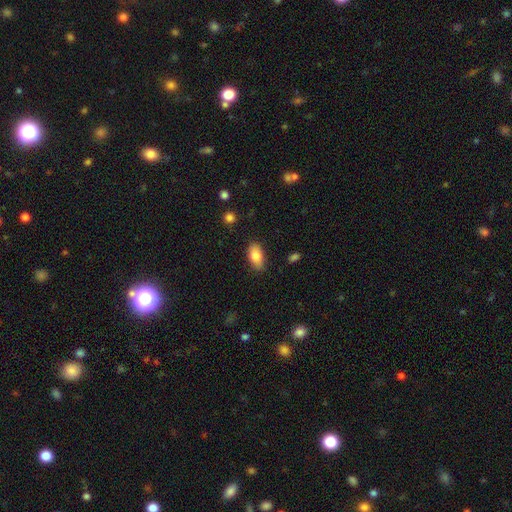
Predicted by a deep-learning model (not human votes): Smooth or featured? Predicted: smooth (p=0.83). How rounded? Predicted: in between (p=0.92). Merging? Predicted: none (p=0.85).